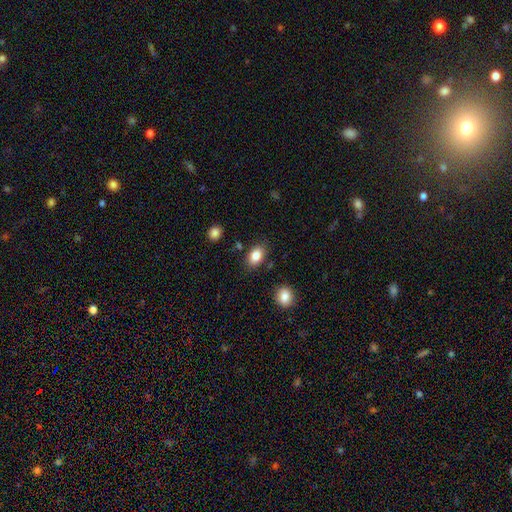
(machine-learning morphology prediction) Smooth or featured? smooth (85%)
How rounded? in between (85%)
Merging? none (83%)